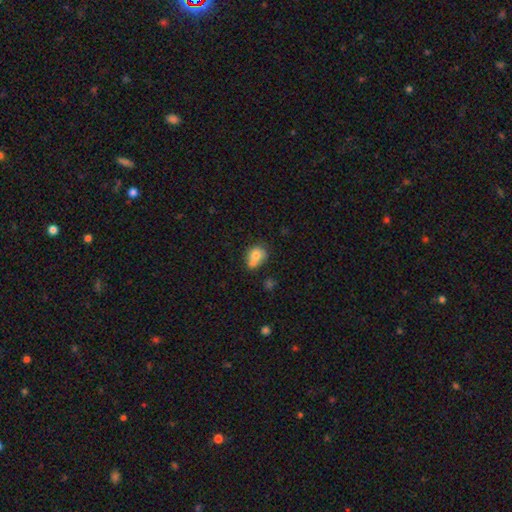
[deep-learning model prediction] smooth_or_featured: smooth (p=0.75) [alt: featured or disk p=0.16]
how_rounded: round (p=0.56) [alt: in between p=0.43]
merging: merger (p=0.39) [alt: none p=0.36]